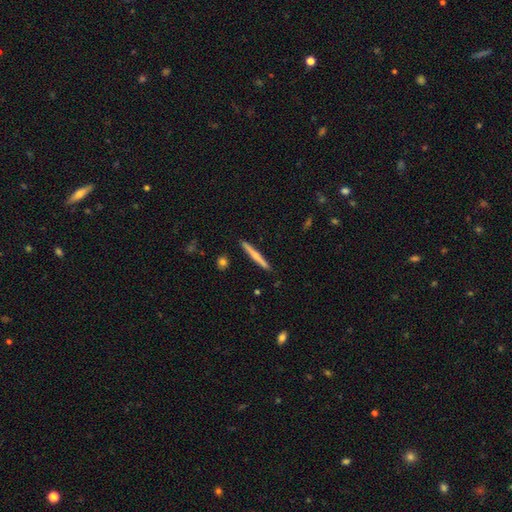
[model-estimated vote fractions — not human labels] This appears to be a smooth galaxy with no disk features (52%) that is cigar-shaped (96%). Merging: none (91%).